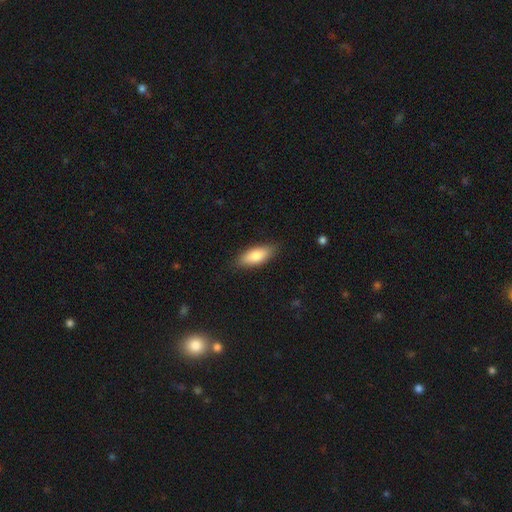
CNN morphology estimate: Overall: smooth (80%). How rounded: in between (80%). Merging: none (84%).